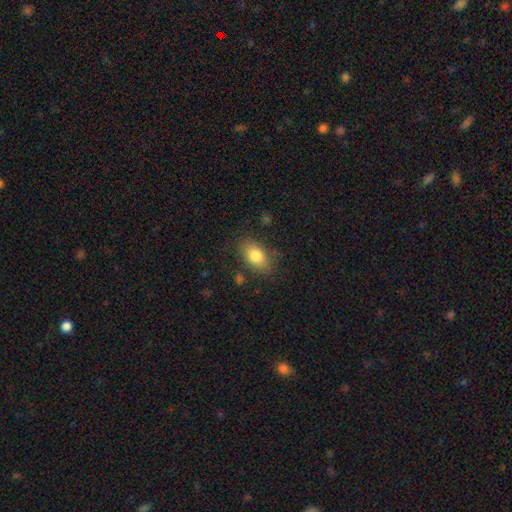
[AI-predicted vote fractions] Smooth or featured: smooth — 81% (featured or disk — 11%)
How rounded: in between — 87% (round — 11%)
Merging: none — 79% (minor disturbance — 15%)